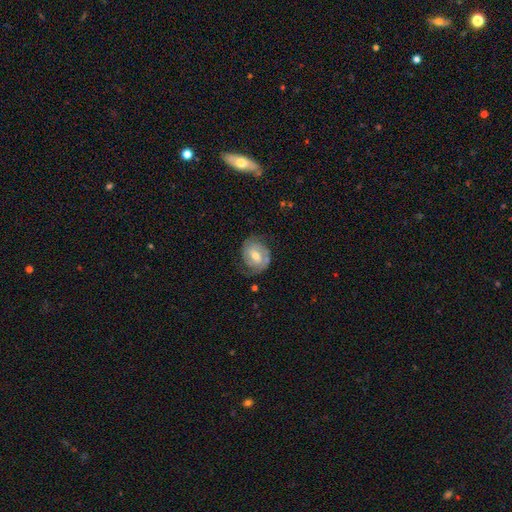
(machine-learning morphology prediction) Smooth or featured?
  - featured or disk: 74% *
  - smooth: 20%
  - star or artifact: 6%
Edge-on disk?
  - no: 97% *
  - yes: 3%
Bar?
  - weak: 51% *
  - no: 33%
  - strong: 16%
Spiral arms?
  - yes: 91% *
  - no: 9%
Spiral winding?
  - tight: 52% *
  - medium: 35%
  - loose: 13%
Spiral arm count?
  - 2: 67% *
  - can't tell: 14%
  - 1: 13%
  - 3: 4%
  - 4: 1%
  - more than 4: 1%
Bulge size?
  - moderate: 63% *
  - small: 29%
  - large: 5%
  - none: 2%
  - dominant: 1%
Merging?
  - none: 63% *
  - minor disturbance: 22%
  - major disturbance: 13%
  - merger: 2%